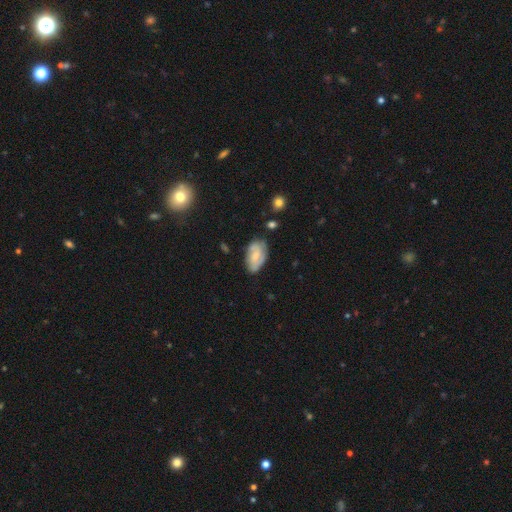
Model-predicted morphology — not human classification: type=smooth (48%); merging=none (66%).